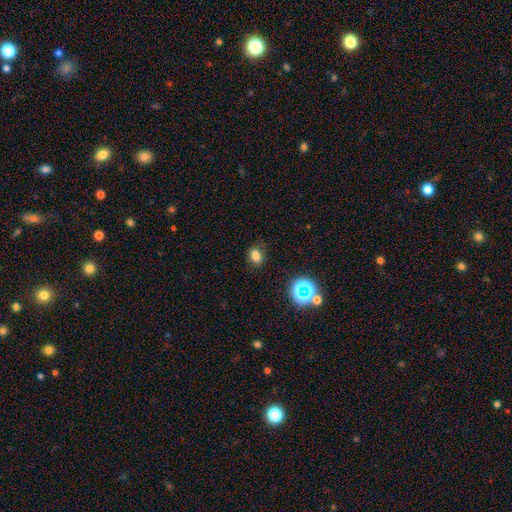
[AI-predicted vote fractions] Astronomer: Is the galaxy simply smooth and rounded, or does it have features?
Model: smooth — 75%.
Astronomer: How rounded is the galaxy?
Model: in between — 63%.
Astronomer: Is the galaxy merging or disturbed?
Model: none — 81%.